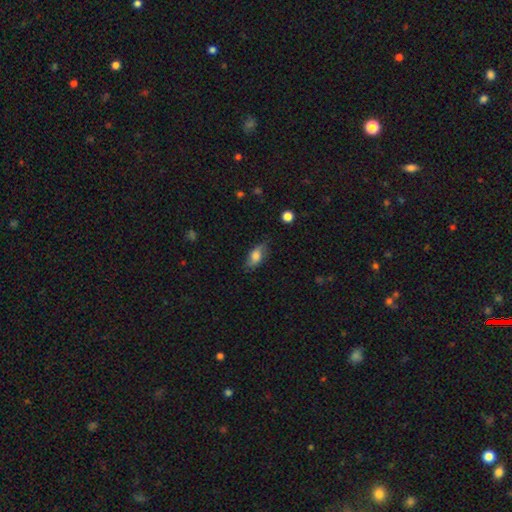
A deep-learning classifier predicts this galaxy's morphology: Overall: smooth (71%). How rounded: in between (84%). Merging: none (73%).